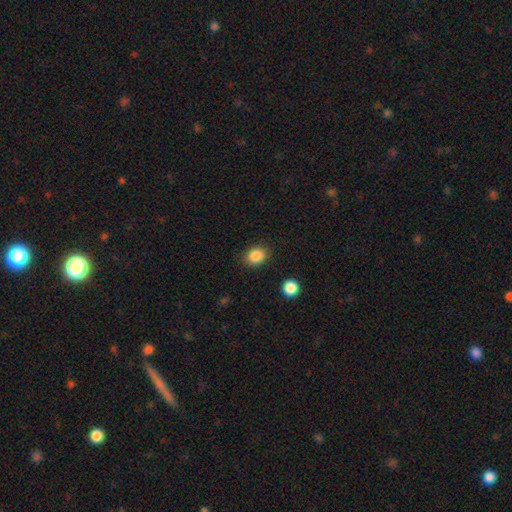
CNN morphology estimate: A smooth galaxy with no disk features (87%) that is round (50%). Merging: none (86%).